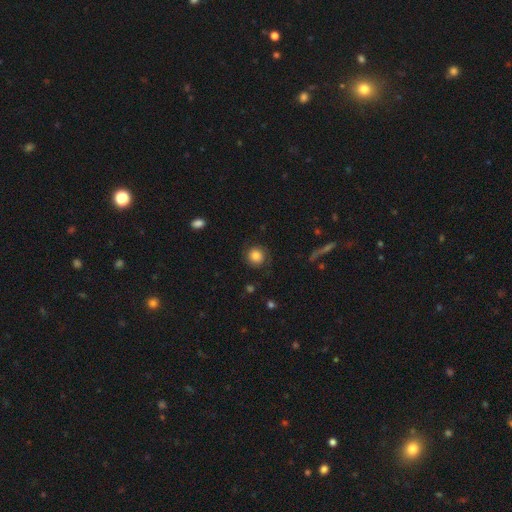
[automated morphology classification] This is likely a smooth galaxy (77%). How rounded: clearly round (90%). Merging: likely none (79%).